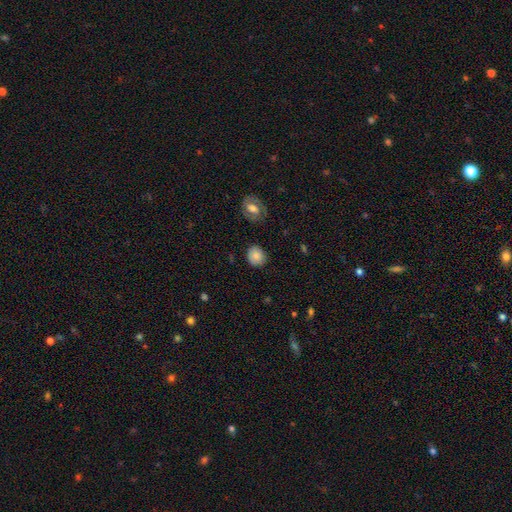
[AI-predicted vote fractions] Smooth or featured: smooth — 81% (featured or disk — 10%)
How rounded: round — 78% (in between — 21%)
Merging: none — 83% (minor disturbance — 12%)